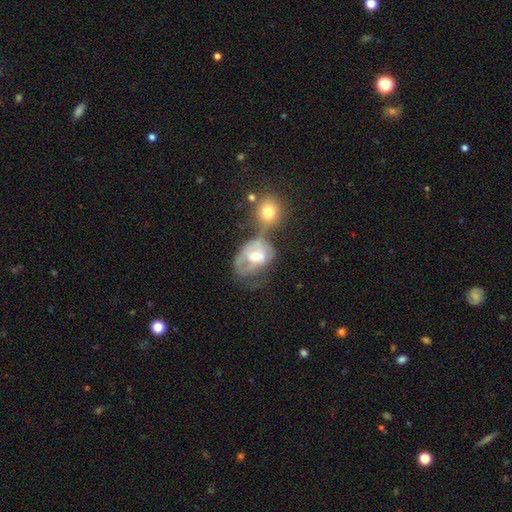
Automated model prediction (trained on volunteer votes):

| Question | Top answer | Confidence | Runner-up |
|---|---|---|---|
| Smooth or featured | featured or disk | 53% | smooth (39%) |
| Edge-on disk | no | 96% | yes (4%) |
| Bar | no | 69% | weak (24%) |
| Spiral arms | no | 55% | yes (45%) |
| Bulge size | moderate | 62% | small (26%) |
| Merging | merger | 47% | major disturbance (24%) |